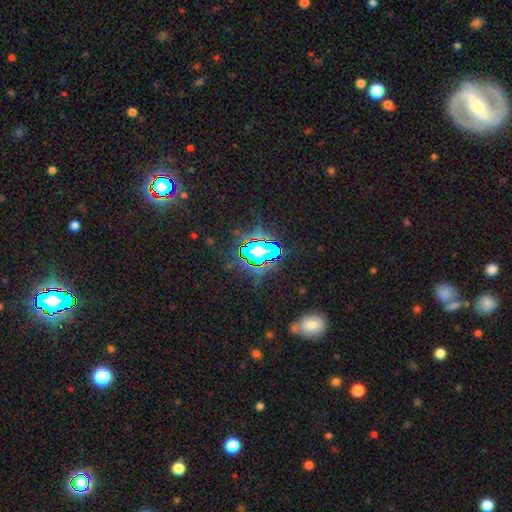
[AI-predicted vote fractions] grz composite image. It shows a star or artifact, not a galaxy (80%).